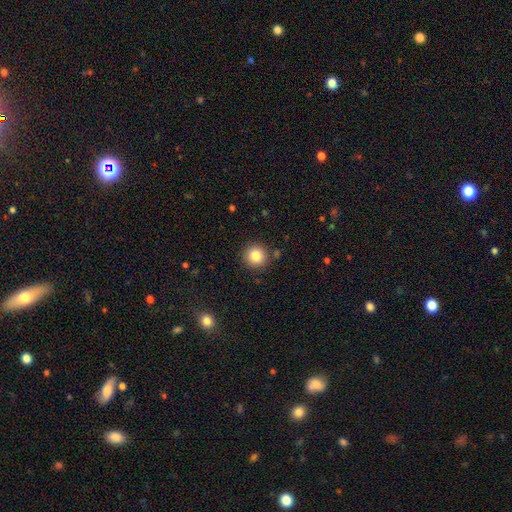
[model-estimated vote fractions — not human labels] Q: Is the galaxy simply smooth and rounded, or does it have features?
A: smooth — 83%.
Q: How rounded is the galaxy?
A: round — 93%.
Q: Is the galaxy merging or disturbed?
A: none — 88%.